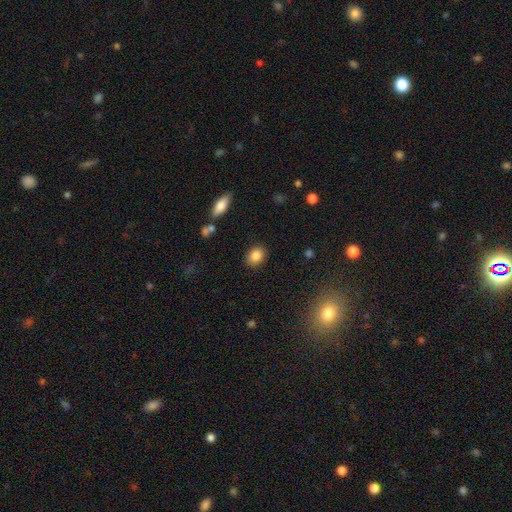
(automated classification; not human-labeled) A smooth galaxy with no disk features (86%) that is in between round and cigar-shaped (53%).

Vote fractions:
- Smooth or featured? smooth: 86% / star or artifact: 9% / featured or disk: 6%
- How rounded? in between: 53% / round: 45% / cigar-shaped: 1%
- Merging? none: 87% / minor disturbance: 9% / major disturbance: 3% / merger: 2%